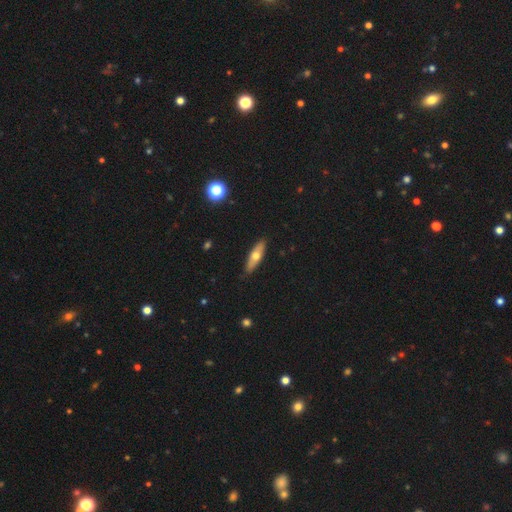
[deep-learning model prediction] A smooth galaxy with no disk features (54%) that is cigar-shaped (58%).

Vote fractions:
- Smooth or featured? smooth: 54% / featured or disk: 40% / star or artifact: 6%
- How rounded? cigar-shaped: 58% / in between: 40% / round: 3%
- Merging? none: 87% / minor disturbance: 10% / major disturbance: 2% / merger: 1%